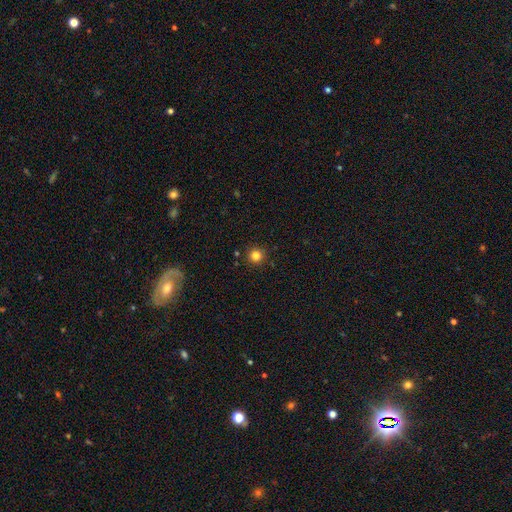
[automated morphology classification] Smooth or featured? smooth (82%)
How rounded? round (95%)
Merging? none (90%)